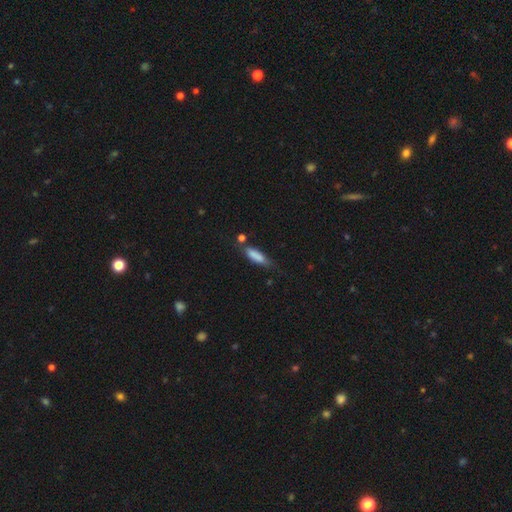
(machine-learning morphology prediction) Overall: smooth (80%). How rounded: cigar-shaped (57%; in between 41%). Merging: none (52%; minor disturbance 28%).